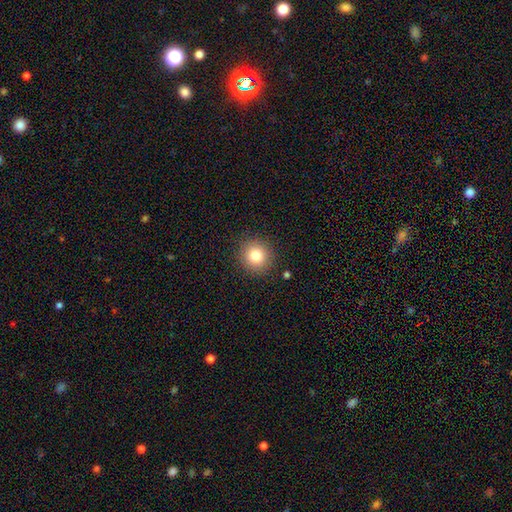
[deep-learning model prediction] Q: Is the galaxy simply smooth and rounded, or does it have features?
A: smooth — 81%.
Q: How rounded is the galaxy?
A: round — 92%.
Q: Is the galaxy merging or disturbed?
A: none — 90%.